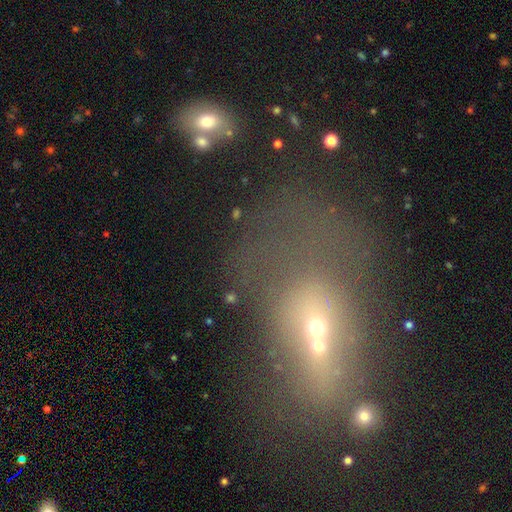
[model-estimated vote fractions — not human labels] Smooth or featured: smooth — 42% (star or artifact — 29%)
Merging: merger — 57% (none — 17%)